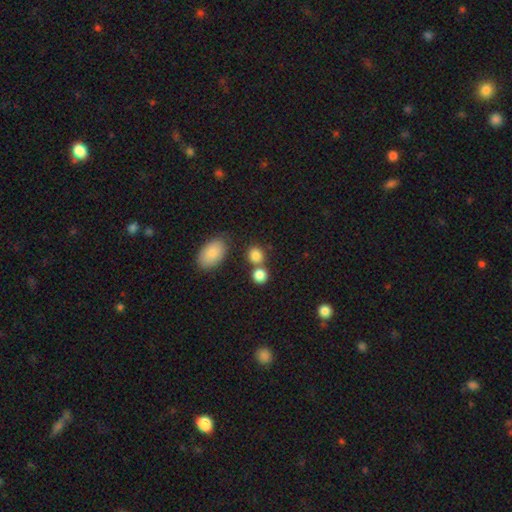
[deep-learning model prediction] smooth 83%, star or artifact 11%, featured or disk 6%. Down the decision tree: how rounded — round (72%); merging — none (62%).